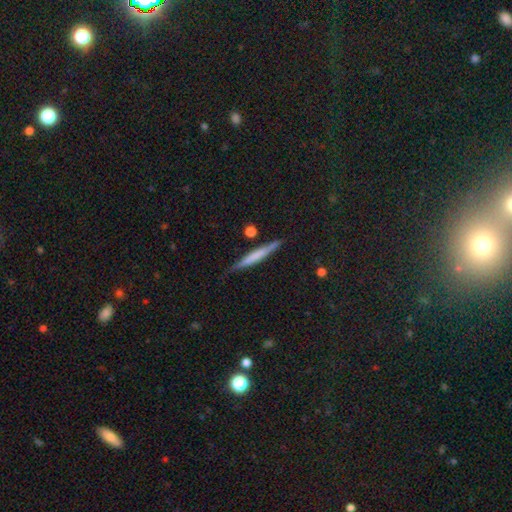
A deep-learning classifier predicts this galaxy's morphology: Smooth or featured? smooth (51%)
How rounded? cigar-shaped (95%)
Merging? none (84%)